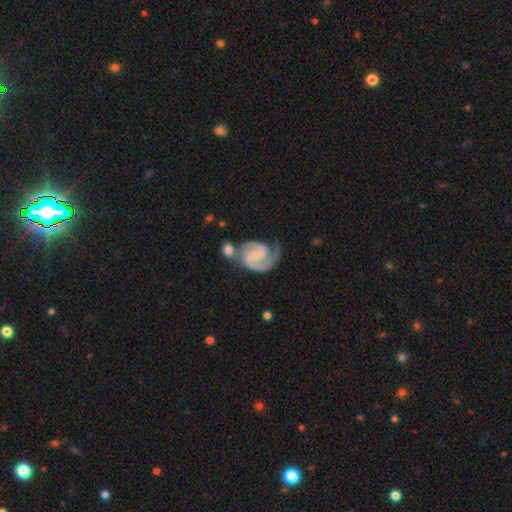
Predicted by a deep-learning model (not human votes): Smooth or featured? Predicted: featured or disk (p=0.88). Edge-on disk? Predicted: no (p=0.98). Bar? Predicted: no (p=0.54). Spiral arms? Predicted: yes (p=0.98). Spiral winding? Predicted: medium (p=0.45). Spiral arm count? Predicted: 2 (p=0.84). Bulge size? Predicted: small (p=0.56). Merging? Predicted: none (p=0.46).